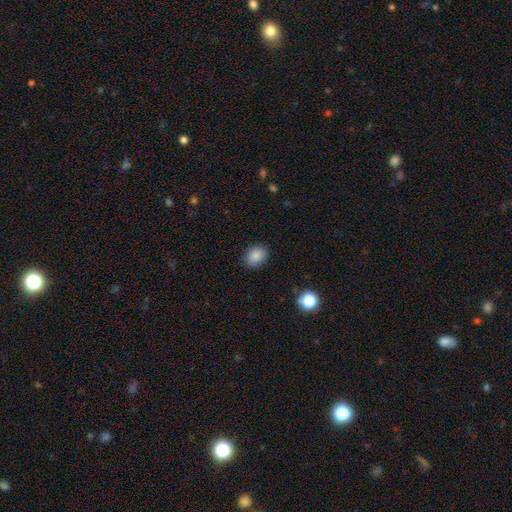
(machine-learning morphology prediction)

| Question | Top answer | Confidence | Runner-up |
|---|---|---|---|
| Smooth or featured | smooth | 87% | star or artifact (9%) |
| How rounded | in between | 56% | round (43%) |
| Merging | none | 87% | minor disturbance (9%) |